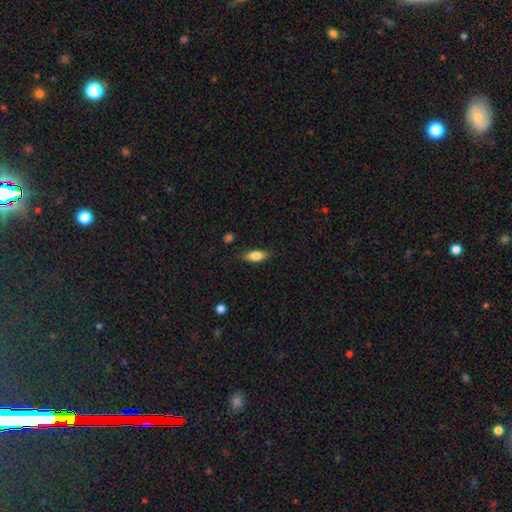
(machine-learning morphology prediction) This is likely a smooth galaxy (79%). How rounded: likely in between (79%). Merging: clearly none (82%).